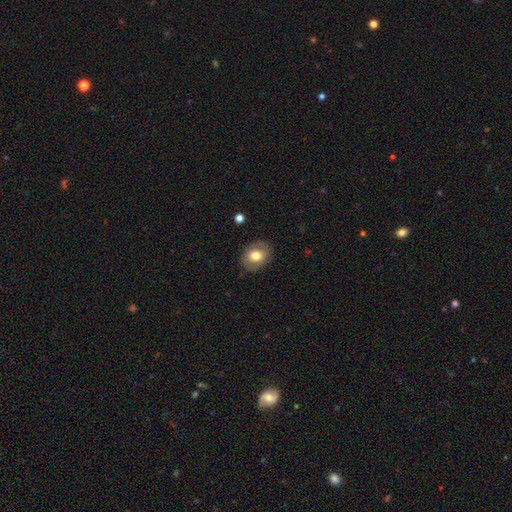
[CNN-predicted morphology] A smooth galaxy with no disk features (69%) that is in between round and cigar-shaped (51%). Merging: none (84%).